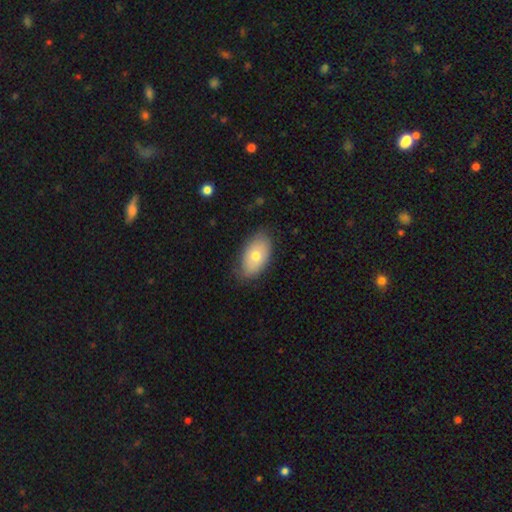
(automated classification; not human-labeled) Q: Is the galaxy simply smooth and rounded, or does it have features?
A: smooth — 69%.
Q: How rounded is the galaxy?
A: in between — 92%.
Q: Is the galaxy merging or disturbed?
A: none — 76%.